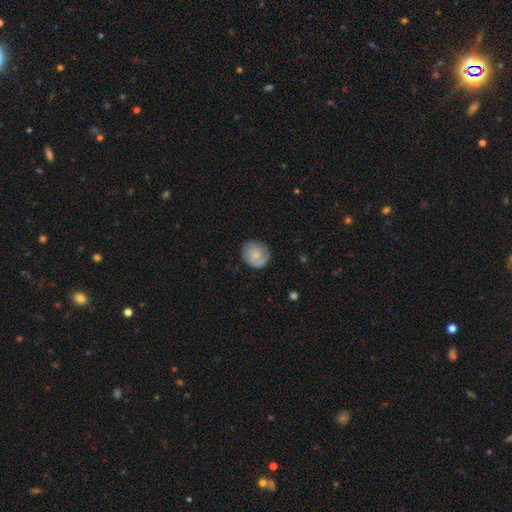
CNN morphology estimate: smooth_or_featured: smooth (p=0.68) [alt: featured or disk p=0.25]
how_rounded: round (p=0.84) [alt: in between p=0.15]
merging: none (p=0.76) [alt: minor disturbance p=0.18]